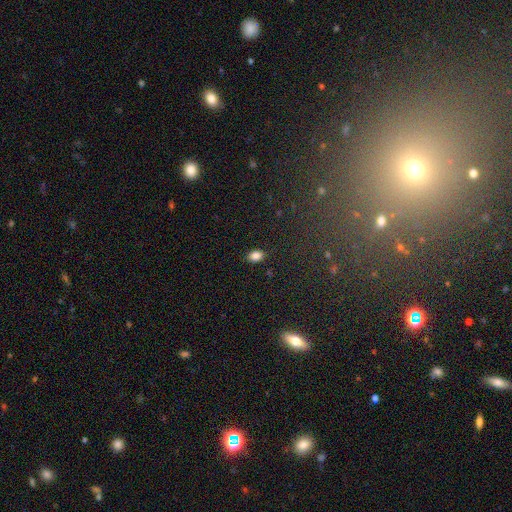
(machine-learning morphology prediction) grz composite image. It shows a smooth galaxy with no disk features (85%) that is in between round and cigar-shaped (83%). Merging: none (87%).